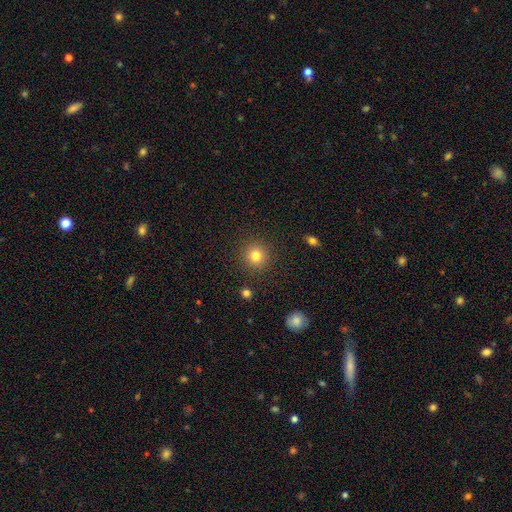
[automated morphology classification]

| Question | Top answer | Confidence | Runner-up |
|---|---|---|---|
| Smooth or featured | smooth | 81% | star or artifact (12%) |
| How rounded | round | 93% | in between (6%) |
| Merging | none | 90% | minor disturbance (6%) |